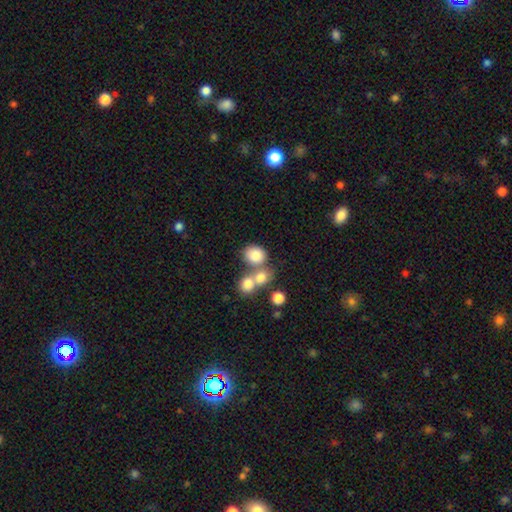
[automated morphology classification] This appears to be a smooth galaxy with no disk features (79%) that is round (65%). Merging: none (44%).